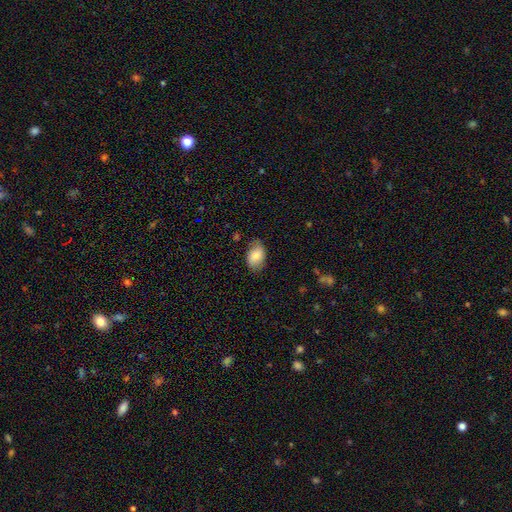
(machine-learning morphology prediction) Smooth or featured? Predicted: smooth (p=0.81). How rounded? Predicted: in between (p=0.88). Merging? Predicted: none (p=0.74).